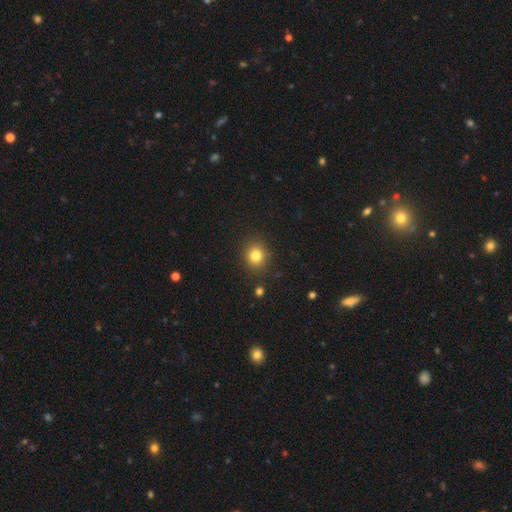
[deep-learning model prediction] This appears to be a smooth galaxy with no disk features (81%) that is round (81%). Merging: none (88%).